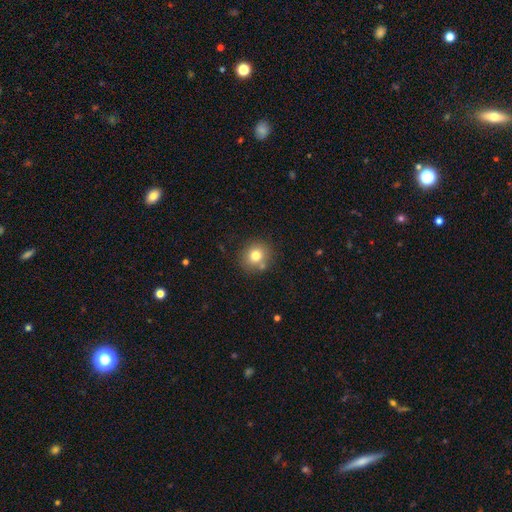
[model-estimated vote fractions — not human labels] A smooth galaxy with no disk features (77%) that is round (86%). Merging: none (77%).